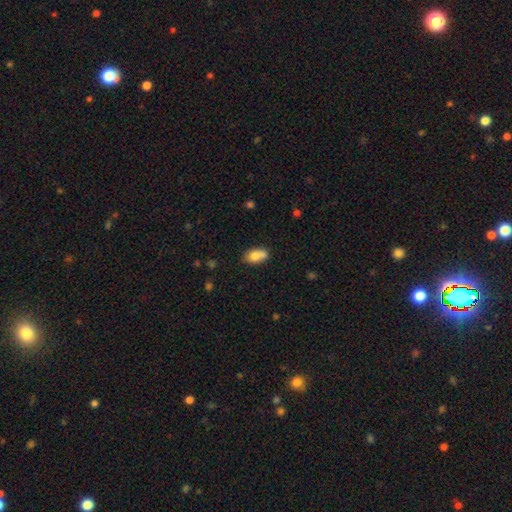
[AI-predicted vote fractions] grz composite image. It shows a smooth galaxy with no disk features (76%) that is in between round and cigar-shaped (85%). Merging: none (46%).